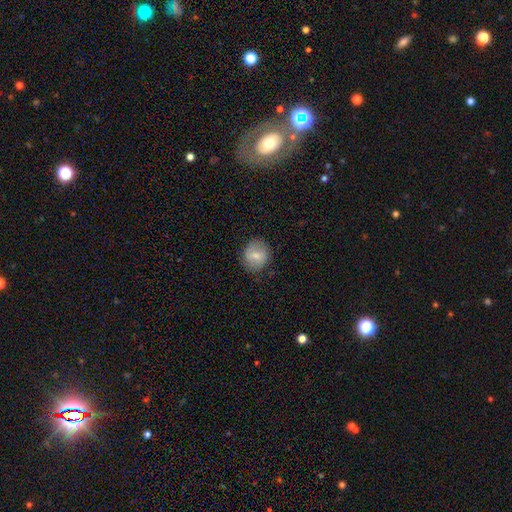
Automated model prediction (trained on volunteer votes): Overall: smooth (73%). How rounded: round (79%). Merging: none (83%).